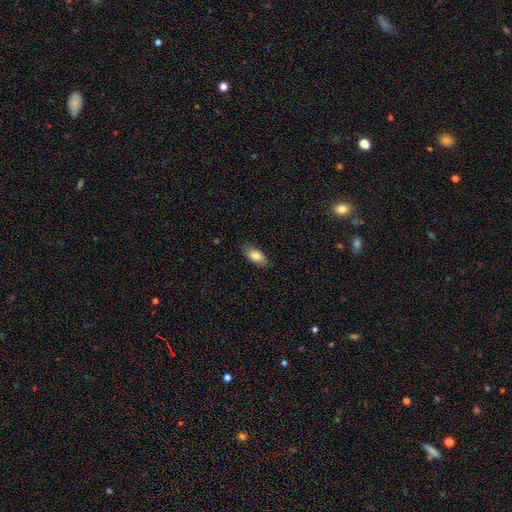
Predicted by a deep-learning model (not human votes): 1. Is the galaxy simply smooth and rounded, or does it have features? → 84% smooth, 9% featured or disk, 7% star or artifact.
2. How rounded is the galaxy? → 88% in between, 9% cigar-shaped, 2% round.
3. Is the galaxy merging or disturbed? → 84% none, 12% minor disturbance, 2% major disturbance, 1% merger.